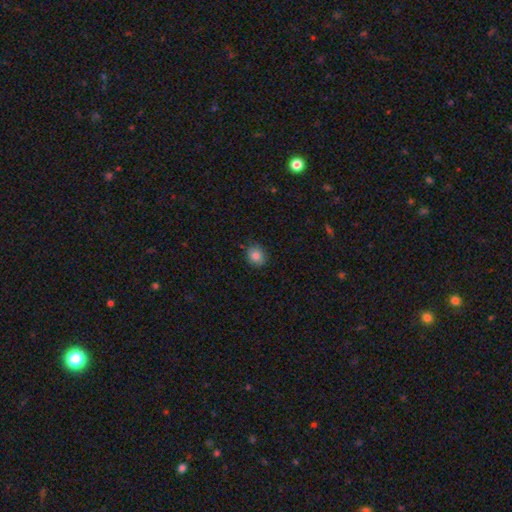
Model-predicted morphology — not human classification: Overall: smooth (85%). How rounded: round (76%). Merging: none (82%).